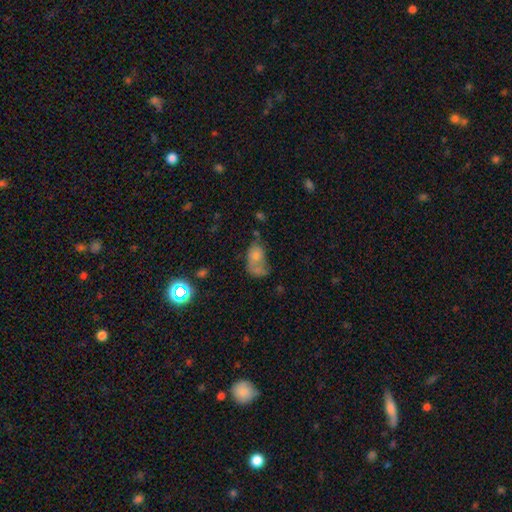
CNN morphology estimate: smooth 61%, featured or disk 23%, star or artifact 16%. Down the decision tree: how rounded — in between (77%); merging — merger (34%).